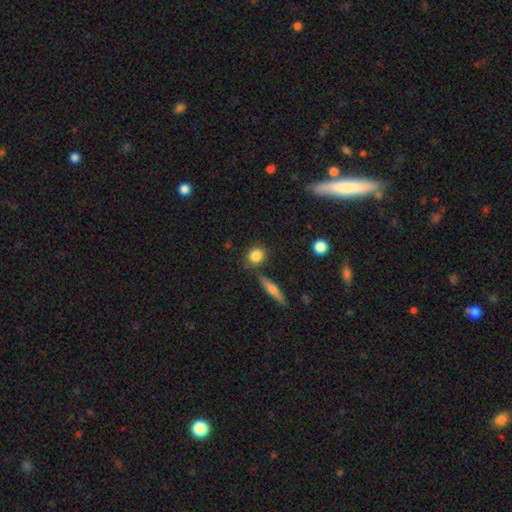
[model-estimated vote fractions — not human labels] Smooth or featured? Predicted: smooth (p=0.84). How rounded? Predicted: round (p=0.75). Merging? Predicted: none (p=0.77).